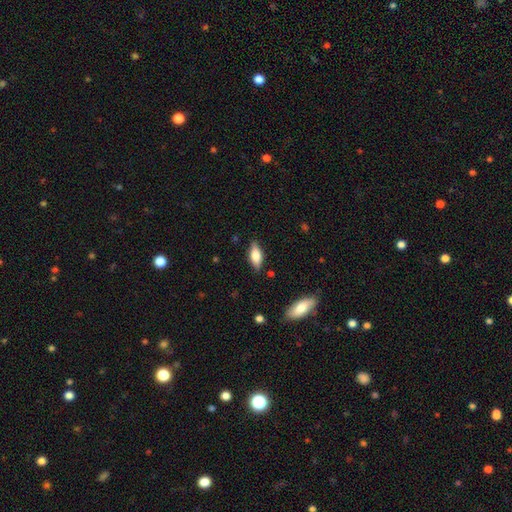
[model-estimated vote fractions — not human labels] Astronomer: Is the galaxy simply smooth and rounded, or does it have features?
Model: smooth — 63%.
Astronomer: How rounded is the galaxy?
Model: in between — 77%.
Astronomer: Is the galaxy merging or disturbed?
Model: none — 83%.